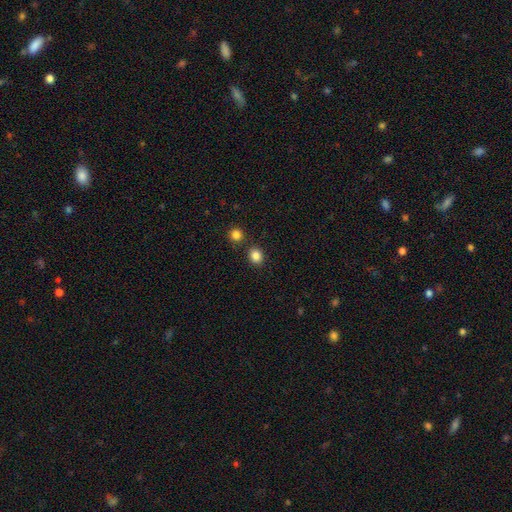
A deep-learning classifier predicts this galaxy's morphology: The model was most divided on "how rounded": round: 65%, in between: 34%, cigar-shaped: 1%. More confident: smooth or featured — smooth (84%); merging — none (82%).